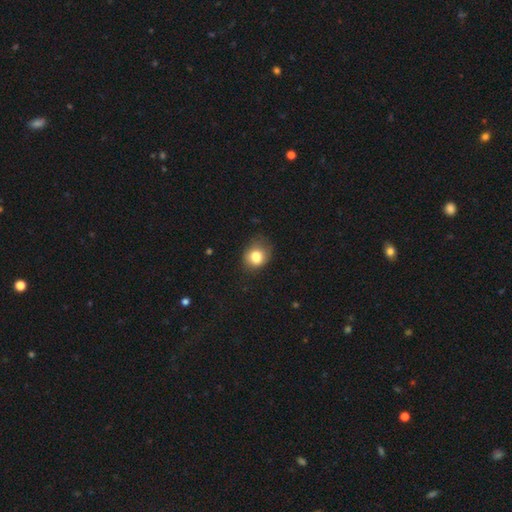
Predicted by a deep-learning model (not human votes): Morphology: type=smooth (79%); roundness=round (56%); merging=none (60%).